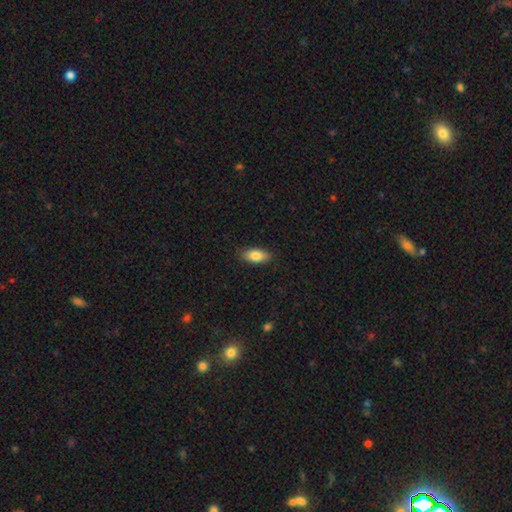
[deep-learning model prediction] This appears to be a smooth galaxy with no disk features (82%) that is in between round and cigar-shaped (86%). Merging: none (88%).